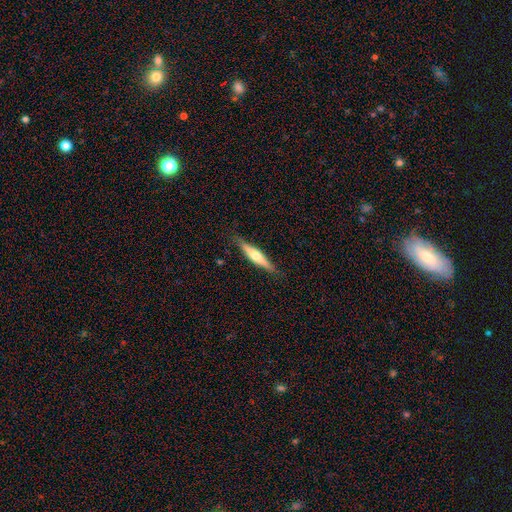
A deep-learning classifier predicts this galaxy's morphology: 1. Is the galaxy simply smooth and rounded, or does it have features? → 52% featured or disk, 43% smooth, 5% star or artifact.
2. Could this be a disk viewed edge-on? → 93% yes, 7% no.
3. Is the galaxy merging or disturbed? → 85% none, 12% minor disturbance, 2% major disturbance, 1% merger.